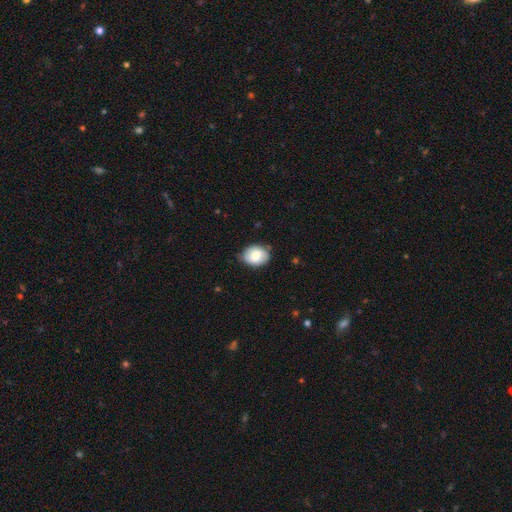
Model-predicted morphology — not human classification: Q: Smooth or featured?
A: smooth (73%); runner-up: featured or disk (20%)
Q: How rounded?
A: in between (61%); runner-up: round (38%)
Q: Merging?
A: none (73%); runner-up: minor disturbance (23%)